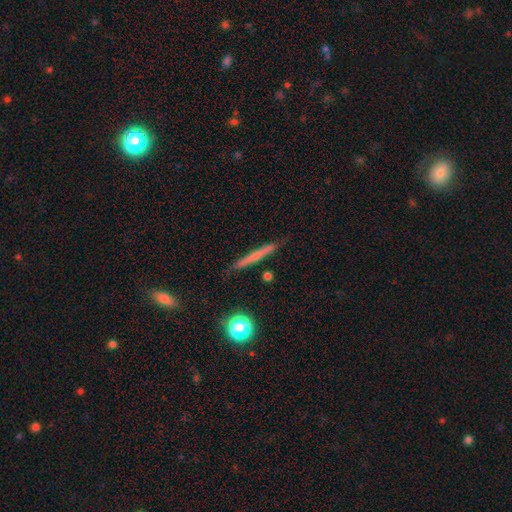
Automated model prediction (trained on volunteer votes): smooth 51%, featured or disk 41%, star or artifact 8%. Down the decision tree: how rounded — cigar-shaped (93%); merging — none (86%).